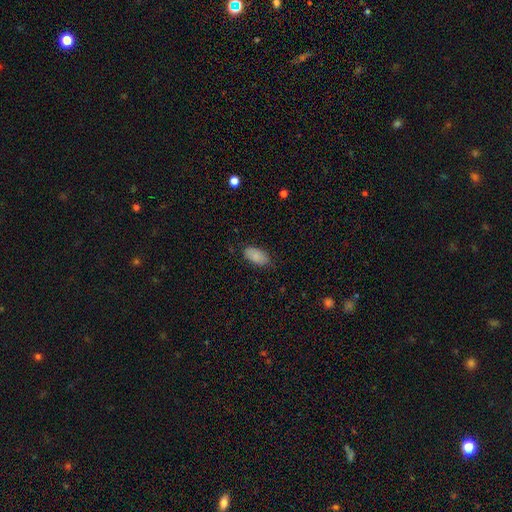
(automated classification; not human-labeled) The model was most divided on "merging": none: 79%, minor disturbance: 17%, major disturbance: 3%, merger: 1%. More confident: how rounded — in between (94%); smooth or featured — smooth (86%).